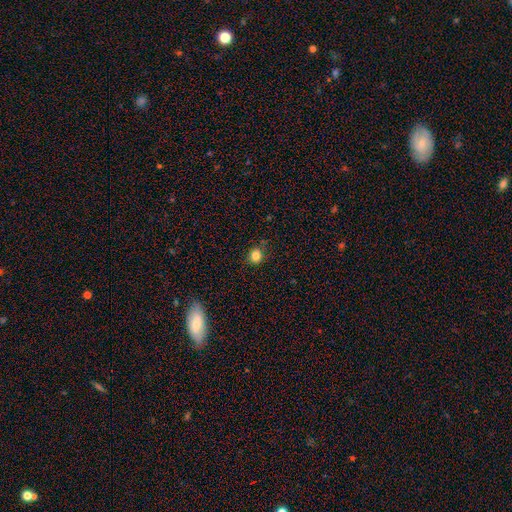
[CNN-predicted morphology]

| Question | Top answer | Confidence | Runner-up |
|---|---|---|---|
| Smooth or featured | smooth | 83% | star or artifact (12%) |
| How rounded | round | 80% | in between (19%) |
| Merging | none | 82% | minor disturbance (13%) |